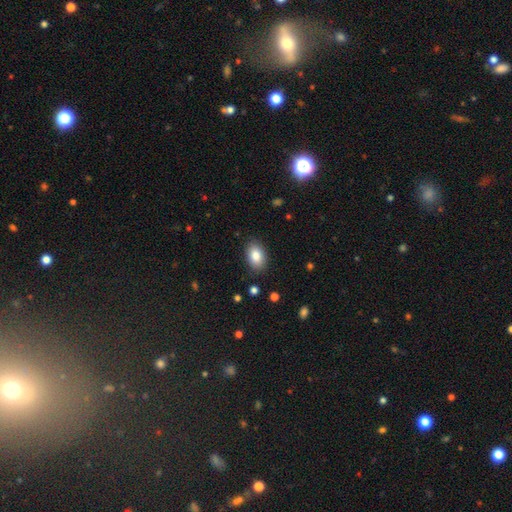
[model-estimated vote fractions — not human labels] A smooth galaxy with no disk features (86%) that is in between round and cigar-shaped (89%). Merging: none (87%).